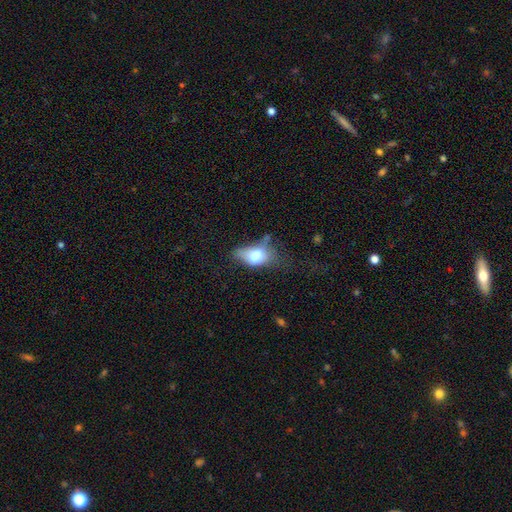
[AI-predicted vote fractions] Smooth or featured? smooth (67%)
How rounded? in between (86%)
Merging? major disturbance (35%)